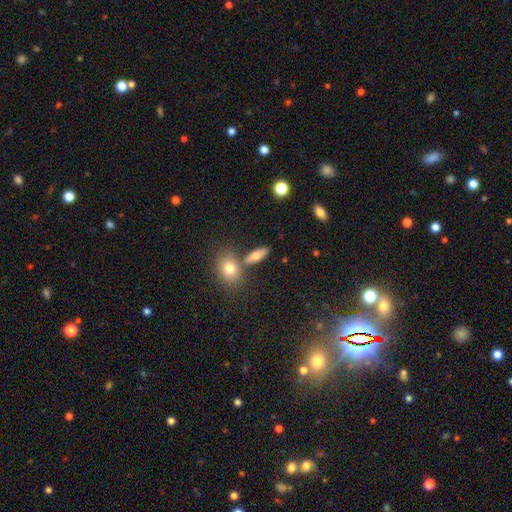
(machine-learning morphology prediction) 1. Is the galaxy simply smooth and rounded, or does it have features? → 72% smooth, 18% featured or disk, 10% star or artifact.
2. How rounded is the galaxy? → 66% in between, 24% cigar-shaped, 10% round.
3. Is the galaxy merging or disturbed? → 68% none, 17% merger, 11% minor disturbance, 4% major disturbance.